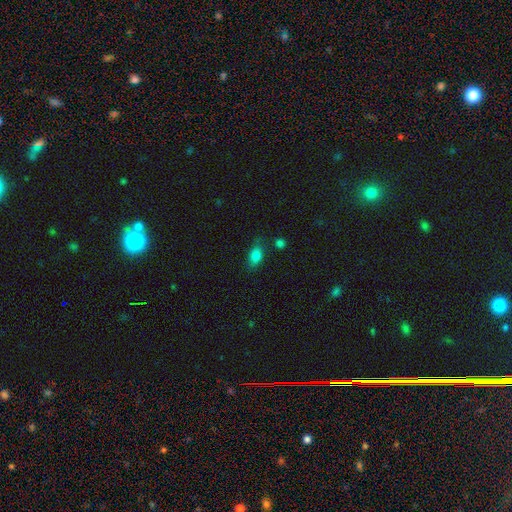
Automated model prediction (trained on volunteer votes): smooth 80%, star or artifact 10%, featured or disk 9%. Down the decision tree: how rounded — in between (83%); merging — none (70%).